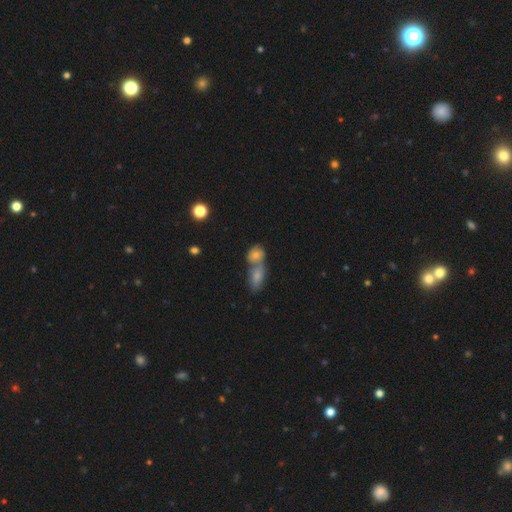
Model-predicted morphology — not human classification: Smooth or featured? Predicted: smooth (p=0.66). How rounded? Predicted: in between (p=0.59). Merging? Predicted: merger (p=0.61).